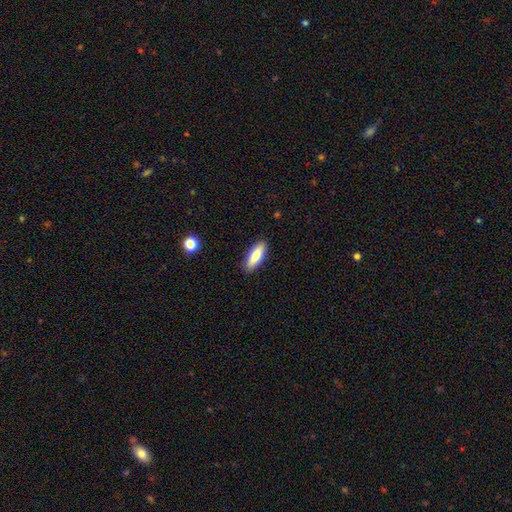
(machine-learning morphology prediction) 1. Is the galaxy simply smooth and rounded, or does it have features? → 81% smooth, 13% featured or disk, 6% star or artifact.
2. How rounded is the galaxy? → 56% in between, 42% cigar-shaped, 2% round.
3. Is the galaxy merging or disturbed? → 89% none, 8% minor disturbance, 2% major disturbance, 1% merger.